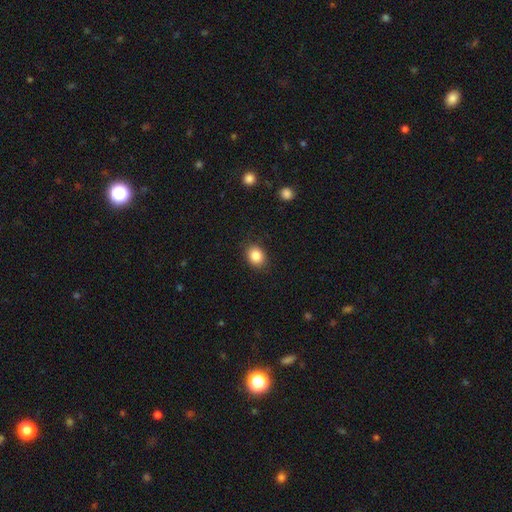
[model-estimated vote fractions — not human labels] Smooth or featured? Predicted: smooth (p=0.86). How rounded? Predicted: round (p=0.52). Merging? Predicted: none (p=0.87).